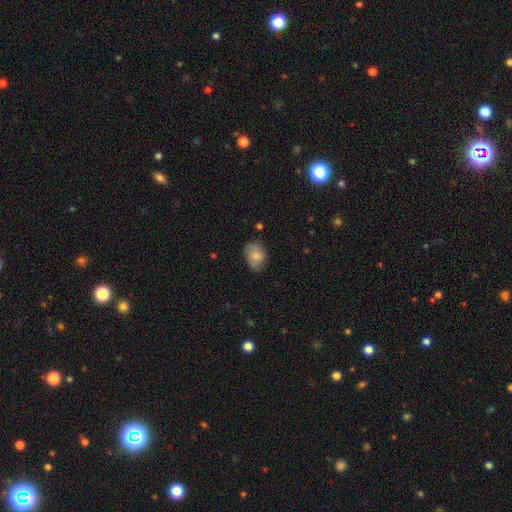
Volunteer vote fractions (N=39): Q: Smooth or featured?
A: smooth (69%); runner-up: featured or disk (26%)
Q: How rounded?
A: in between (74%); runner-up: round (22%)
Q: Merging?
A: minor disturbance (46%); runner-up: none (38%)